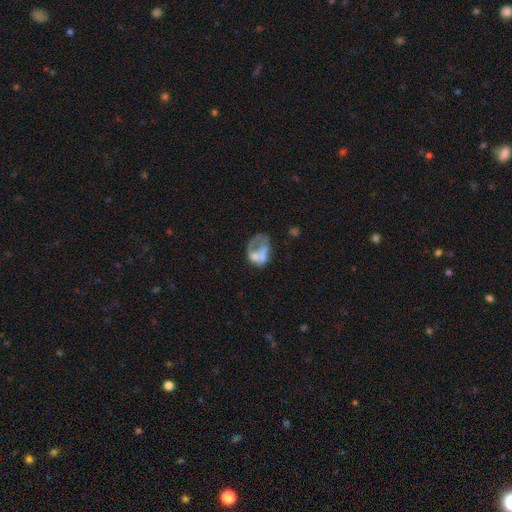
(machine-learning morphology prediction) Smooth or featured?
  - featured or disk: 50% *
  - smooth: 37%
  - star or artifact: 13%
Edge-on disk?
  - no: 97% *
  - yes: 3%
Merging?
  - major disturbance: 36% *
  - none: 28%
  - merger: 18%
  - minor disturbance: 18%